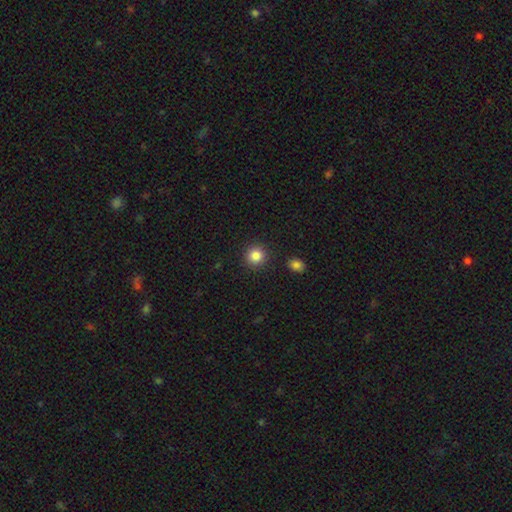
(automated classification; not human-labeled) Morphology: type=smooth (86%); roundness=round (92%); merging=none (90%).